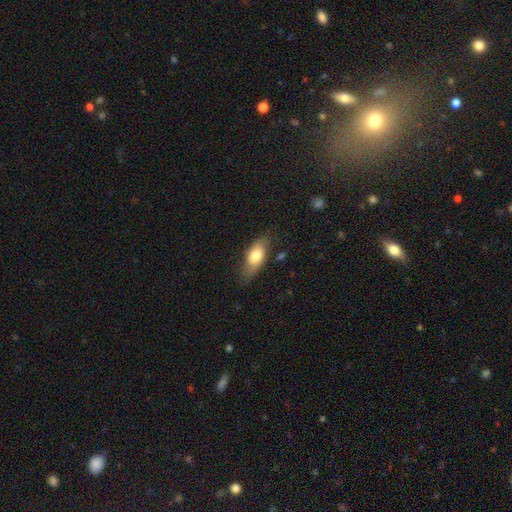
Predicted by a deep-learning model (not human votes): smooth-or-featured: smooth: 71% | featured or disk: 22% | star or artifact: 7%
  how-rounded: in between: 81% | cigar-shaped: 14% | round: 5%
  merging: none: 70% | minor disturbance: 23% | major disturbance: 5% | merger: 2%